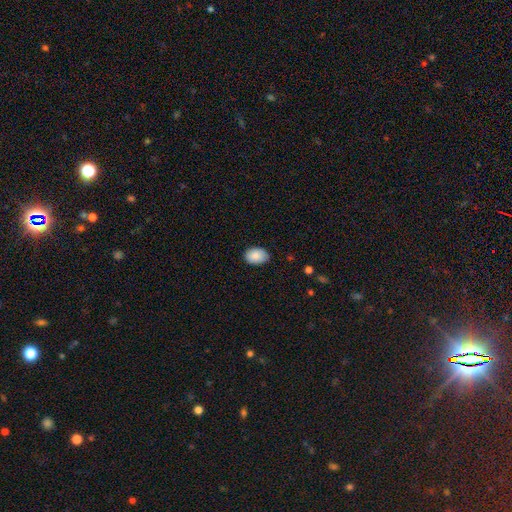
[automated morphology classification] A smooth galaxy with no disk features (89%) that is in between round and cigar-shaped (84%). Merging: none (81%).